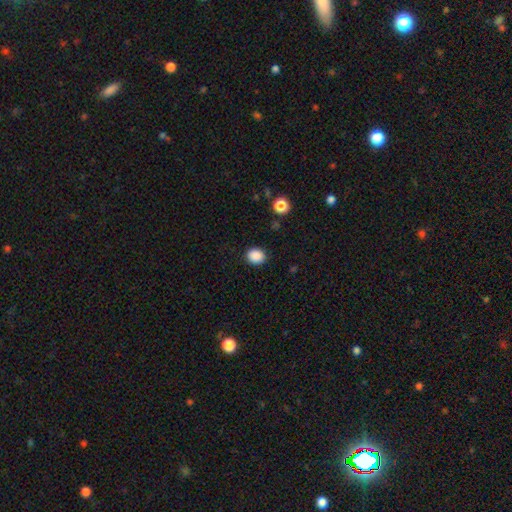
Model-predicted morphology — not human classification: type=smooth (88%); roundness=round (68%); merging=none (89%).